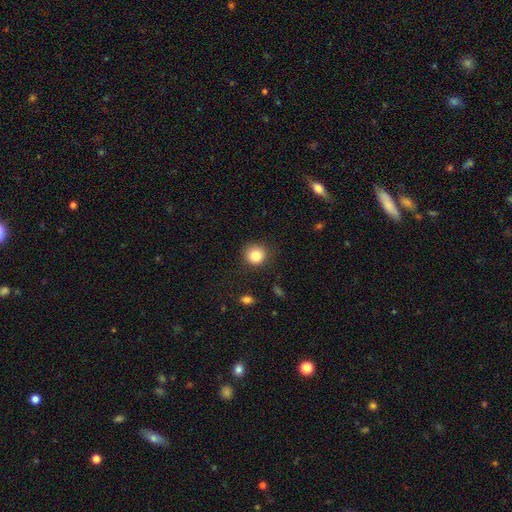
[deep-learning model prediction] smooth-or-featured: smooth: 83% | star or artifact: 10% | featured or disk: 7%
  how-rounded: round: 91% | in between: 8% | cigar-shaped: 1%
  merging: none: 86% | minor disturbance: 9% | major disturbance: 3% | merger: 1%